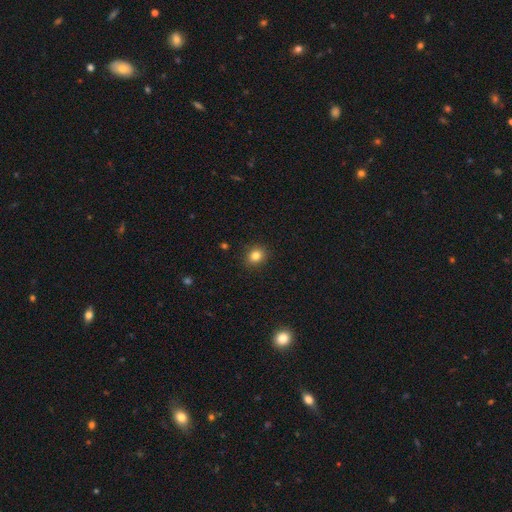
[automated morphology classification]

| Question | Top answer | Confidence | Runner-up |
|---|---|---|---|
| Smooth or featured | smooth | 83% | star or artifact (12%) |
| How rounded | round | 72% | in between (27%) |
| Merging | none | 90% | minor disturbance (7%) |